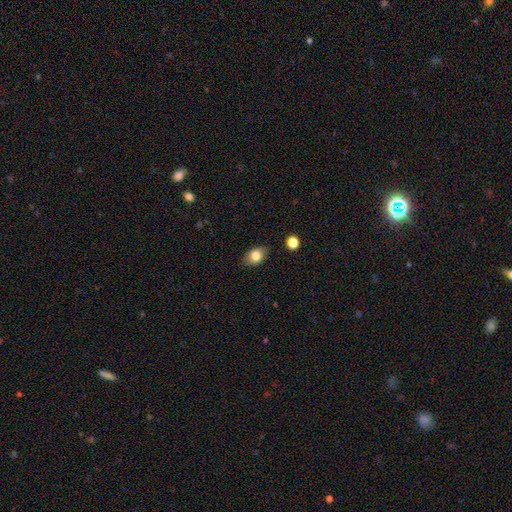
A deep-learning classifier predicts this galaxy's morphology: A smooth galaxy with no disk features (79%) that is in between round and cigar-shaped (80%).

Vote fractions:
- Smooth or featured? smooth: 79% / featured or disk: 12% / star or artifact: 9%
- How rounded? in between: 80% / round: 18% / cigar-shaped: 2%
- Merging? none: 82% / minor disturbance: 13% / major disturbance: 3% / merger: 1%